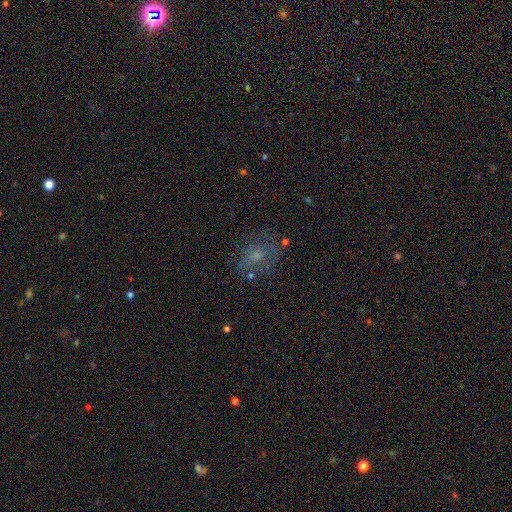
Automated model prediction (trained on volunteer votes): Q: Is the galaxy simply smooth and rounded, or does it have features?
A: smooth — 45%.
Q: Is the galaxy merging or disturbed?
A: none — 59%.